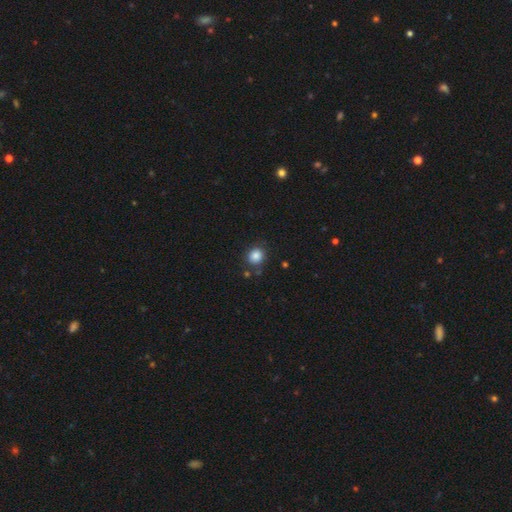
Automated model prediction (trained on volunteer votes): smooth-or-featured: smooth: 86% | star or artifact: 10% | featured or disk: 4%
  how-rounded: round: 80% | in between: 19% | cigar-shaped: 1%
  merging: none: 81% | minor disturbance: 11% | merger: 4% | major disturbance: 3%